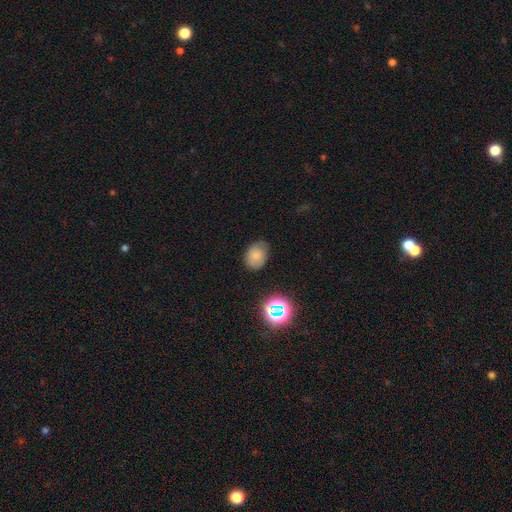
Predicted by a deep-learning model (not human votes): Smooth or featured?
  - smooth: 74% *
  - star or artifact: 15%
  - featured or disk: 11%
How rounded?
  - in between: 64% *
  - round: 35%
  - cigar-shaped: 1%
Merging?
  - none: 67% *
  - minor disturbance: 26%
  - major disturbance: 6%
  - merger: 2%